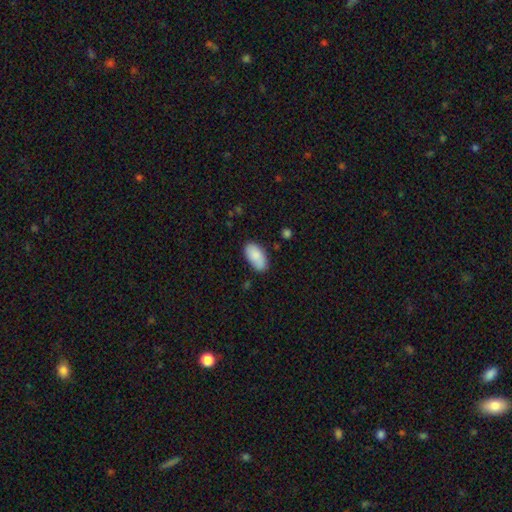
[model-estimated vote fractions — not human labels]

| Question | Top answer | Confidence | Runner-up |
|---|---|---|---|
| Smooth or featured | smooth | 86% | featured or disk (7%) |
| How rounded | in between | 94% | cigar-shaped (3%) |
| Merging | none | 76% | minor disturbance (18%) |